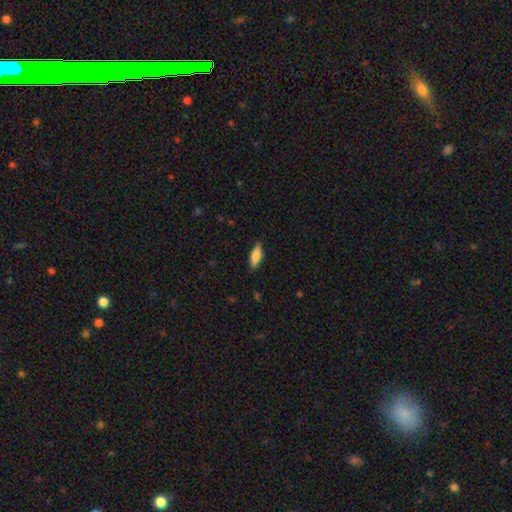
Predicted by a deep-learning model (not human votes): This is likely a smooth galaxy (76%). How rounded: possibly in between (55%). Merging: clearly none (84%).